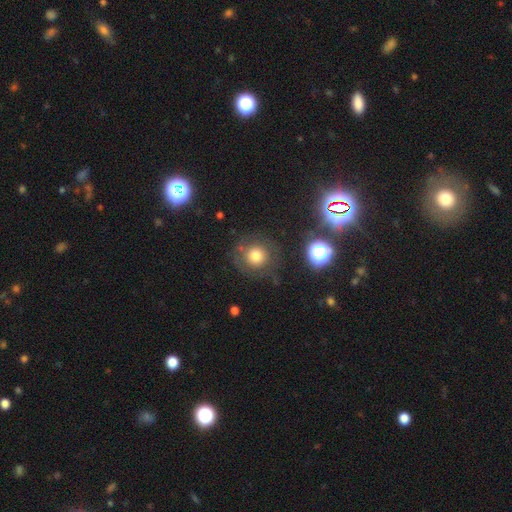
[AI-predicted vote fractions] smooth 69%, featured or disk 16%, star or artifact 15%. Down the decision tree: how rounded — round (93%); merging — none (77%).